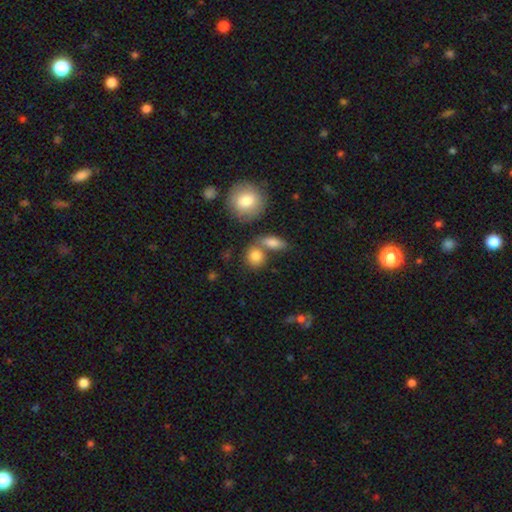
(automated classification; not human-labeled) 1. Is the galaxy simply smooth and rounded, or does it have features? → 82% smooth, 9% star or artifact, 8% featured or disk.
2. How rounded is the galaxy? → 66% round, 31% in between, 2% cigar-shaped.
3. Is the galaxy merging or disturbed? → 54% none, 30% merger, 11% minor disturbance, 5% major disturbance.